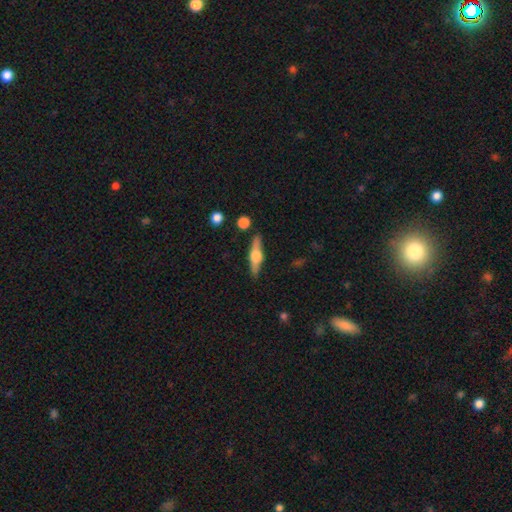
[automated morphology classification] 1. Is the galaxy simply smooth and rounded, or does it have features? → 61% featured or disk, 33% smooth, 6% star or artifact.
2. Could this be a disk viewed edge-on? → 95% yes, 5% no.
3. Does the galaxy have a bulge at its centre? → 92% rounded, 6% boxy, 2% none.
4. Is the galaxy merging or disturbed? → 86% none, 9% minor disturbance, 2% merger, 2% major disturbance.